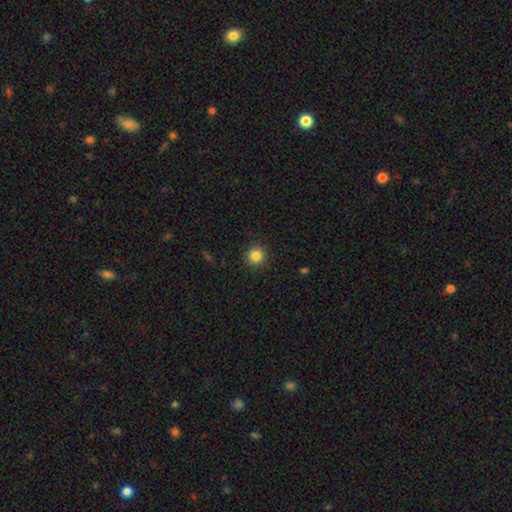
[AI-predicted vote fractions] Overall: smooth (84%). How rounded: round (94%). Merging: none (92%).